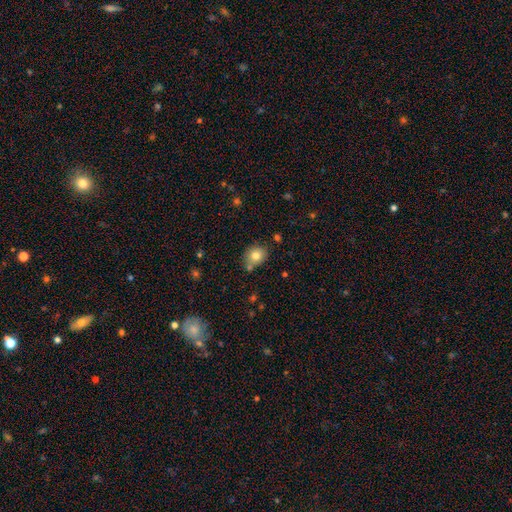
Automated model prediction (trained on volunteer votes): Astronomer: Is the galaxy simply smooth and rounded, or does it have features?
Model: smooth — 79%.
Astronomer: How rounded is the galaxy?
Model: round — 65%.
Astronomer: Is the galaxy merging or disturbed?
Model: none — 71%.